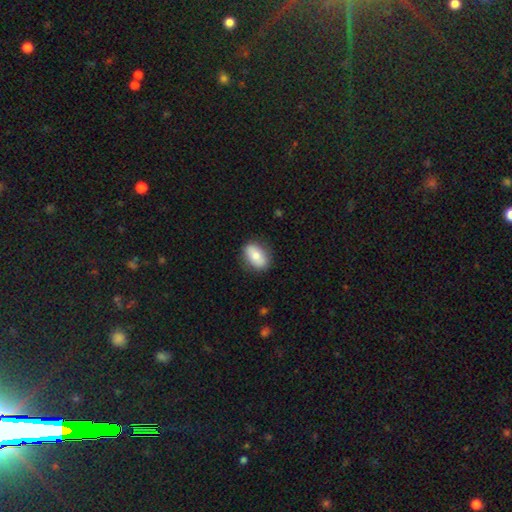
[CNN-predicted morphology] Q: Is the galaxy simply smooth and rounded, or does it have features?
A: smooth — 75%.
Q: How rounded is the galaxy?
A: in between — 87%.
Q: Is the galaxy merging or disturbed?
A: none — 84%.